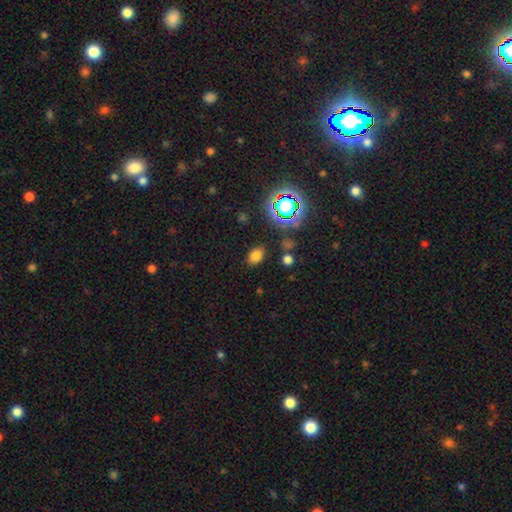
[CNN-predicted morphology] A smooth galaxy with no disk features (73%) that is in between round and cigar-shaped (79%).

Vote fractions:
- Smooth or featured? smooth: 73% / star or artifact: 20% / featured or disk: 7%
- How rounded? in between: 79% / round: 20% / cigar-shaped: 1%
- Merging? none: 84% / minor disturbance: 10% / major disturbance: 3% / merger: 3%